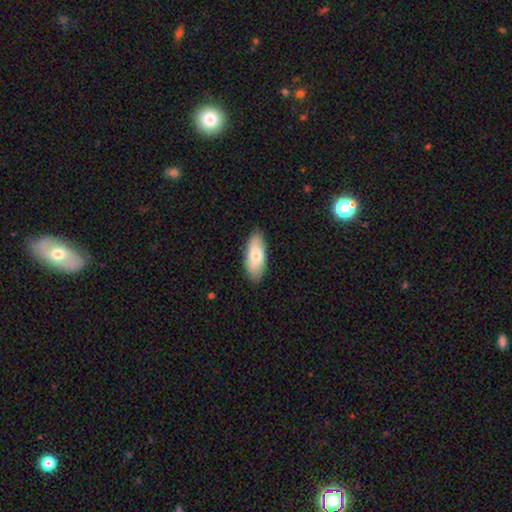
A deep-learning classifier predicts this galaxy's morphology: A smooth galaxy with no disk features (73%) that is in between round and cigar-shaped (83%). Merging: none (86%).